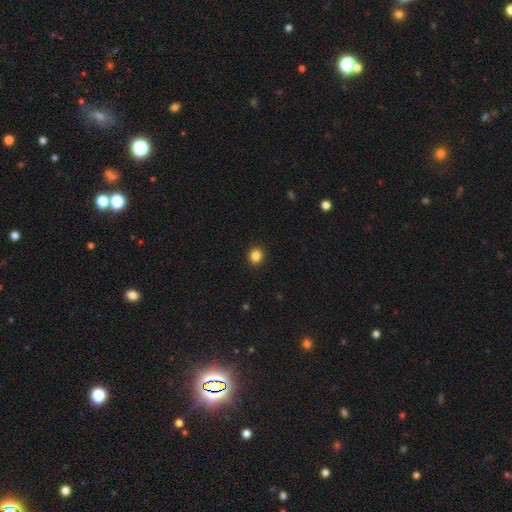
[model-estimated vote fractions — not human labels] smooth_or_featured: smooth (p=0.86) [alt: star or artifact p=0.11]
how_rounded: round (p=0.86) [alt: in between p=0.13]
merging: none (p=0.93) [alt: minor disturbance p=0.05]